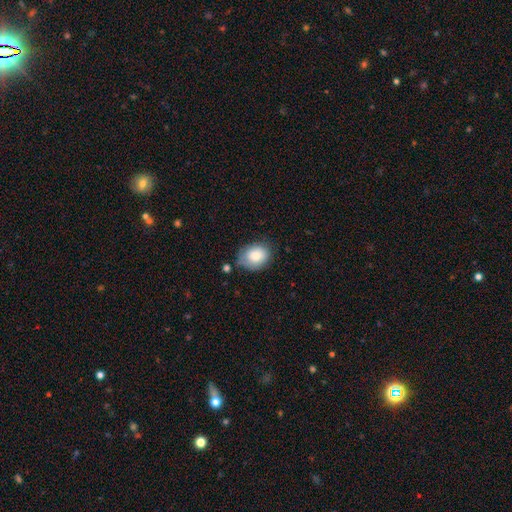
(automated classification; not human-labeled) Smooth or featured? smooth (81%)
How rounded? in between (58%)
Merging? none (65%)